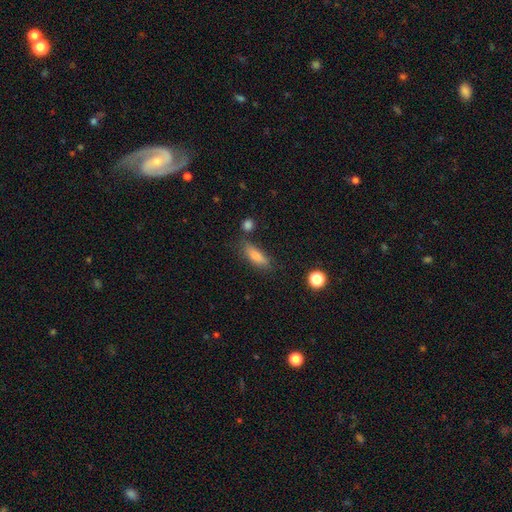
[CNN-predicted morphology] Smooth or featured?
  - smooth: 78% *
  - featured or disk: 12%
  - star or artifact: 10%
How rounded?
  - in between: 54% *
  - cigar-shaped: 42%
  - round: 3%
Merging?
  - none: 73% *
  - minor disturbance: 17%
  - merger: 5%
  - major disturbance: 5%